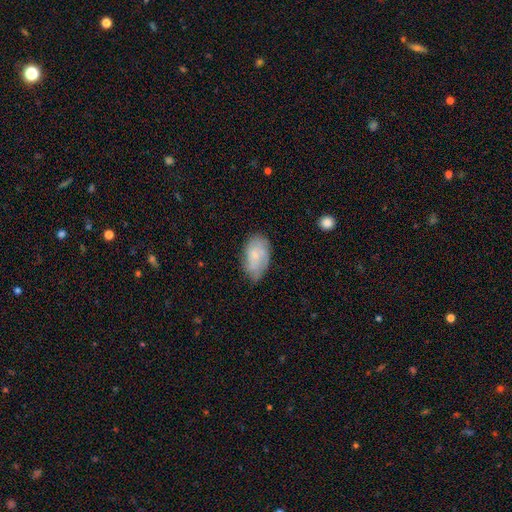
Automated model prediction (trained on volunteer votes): smooth_or_featured: smooth (p=0.60) [alt: featured or disk p=0.33]
how_rounded: in between (p=0.92) [alt: round p=0.06]
merging: none (p=0.57) [alt: minor disturbance p=0.33]